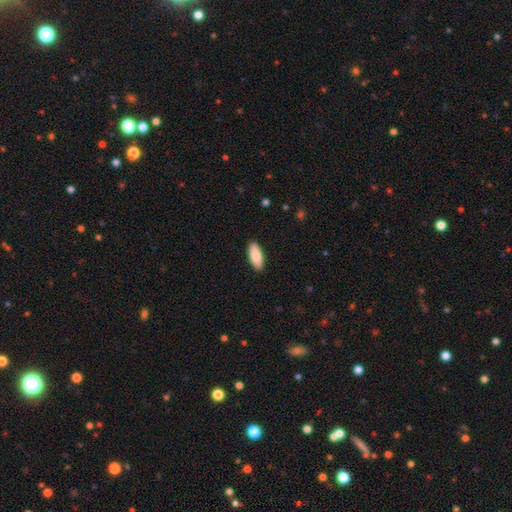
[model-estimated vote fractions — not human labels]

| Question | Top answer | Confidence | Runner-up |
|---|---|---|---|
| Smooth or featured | smooth | 86% | featured or disk (8%) |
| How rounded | in between | 77% | cigar-shaped (21%) |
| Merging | none | 90% | minor disturbance (7%) |